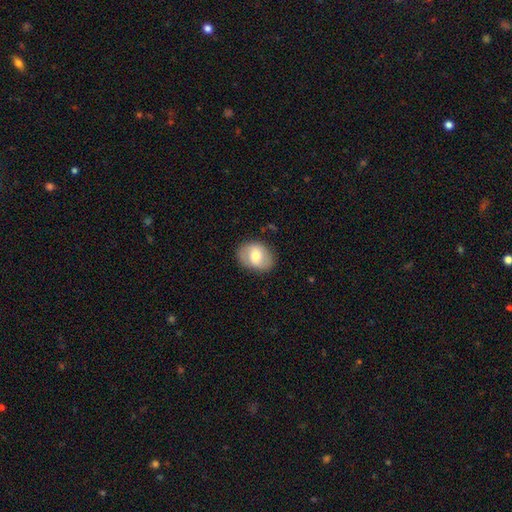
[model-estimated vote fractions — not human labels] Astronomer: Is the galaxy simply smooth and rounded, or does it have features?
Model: smooth — 63%.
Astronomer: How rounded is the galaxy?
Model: in between — 63%.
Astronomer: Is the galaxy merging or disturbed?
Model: none — 83%.